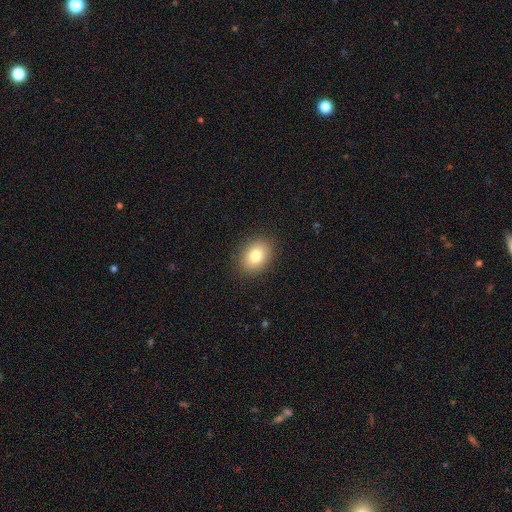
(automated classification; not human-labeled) A smooth galaxy with no disk features (80%) that is in between round and cigar-shaped (66%).

Vote fractions:
- Smooth or featured? smooth: 80% / featured or disk: 10% / star or artifact: 10%
- How rounded? in between: 66% / round: 33% / cigar-shaped: 1%
- Merging? none: 88% / minor disturbance: 8% / major disturbance: 3% / merger: 1%